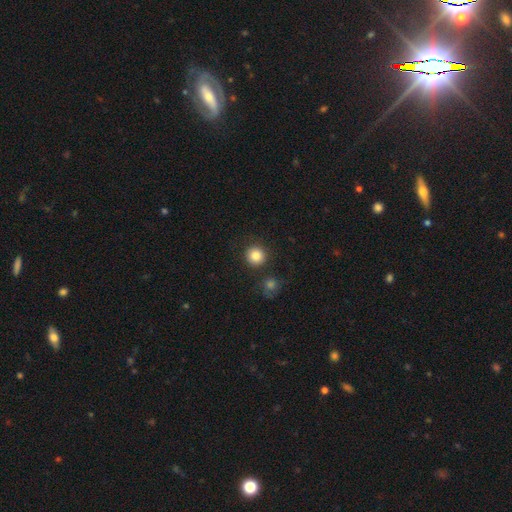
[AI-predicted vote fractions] Q: Smooth or featured?
A: smooth (86%); runner-up: star or artifact (10%)
Q: How rounded?
A: round (93%); runner-up: in between (6%)
Q: Merging?
A: none (85%); runner-up: minor disturbance (7%)